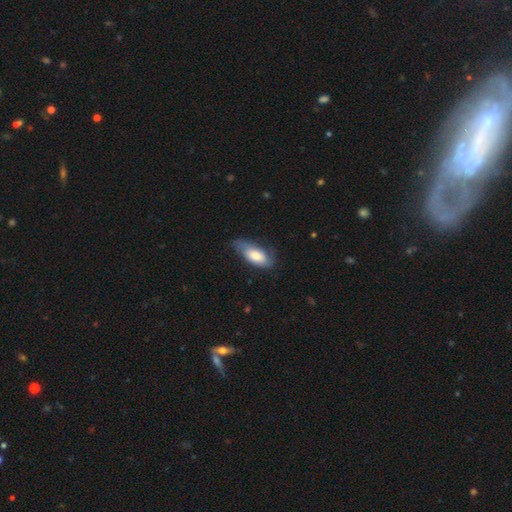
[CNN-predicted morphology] This is likely a smooth galaxy (67%). How rounded: clearly in between (84%). Merging: possibly none (47%).